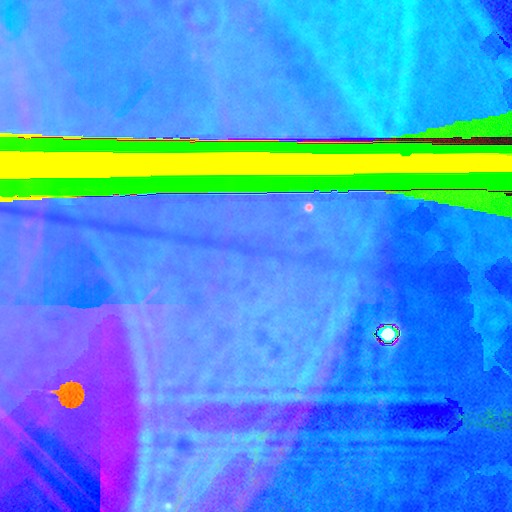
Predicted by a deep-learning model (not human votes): Smooth or featured?
  - star or artifact: 87% *
  - featured or disk: 7%
  - smooth: 6%